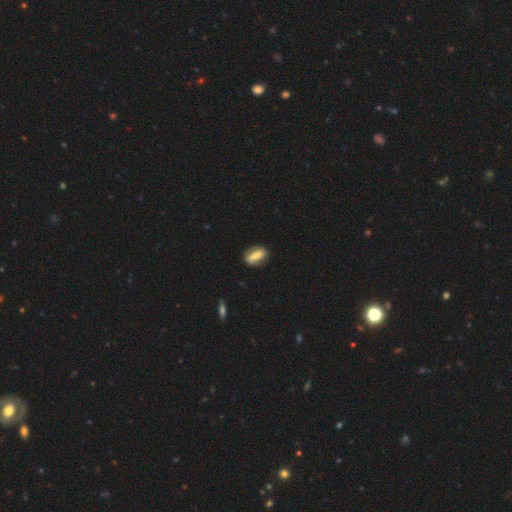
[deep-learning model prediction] The model was most divided on "smooth or featured": smooth: 60%, featured or disk: 33%, star or artifact: 7%. More confident: merging — none (82%); how rounded — in between (75%).